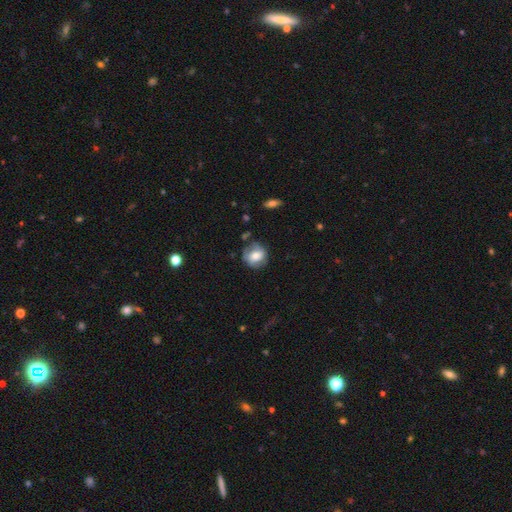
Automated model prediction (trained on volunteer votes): Smooth or featured: smooth — 58% (featured or disk — 33%)
How rounded: round — 82% (in between — 17%)
Merging: none — 68% (minor disturbance — 22%)